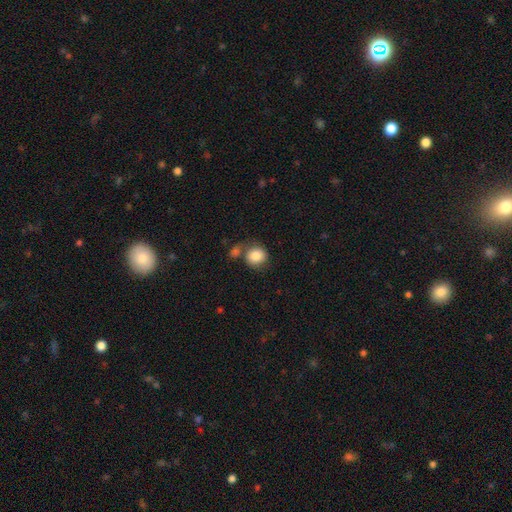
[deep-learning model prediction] Smooth or featured? smooth (85%)
How rounded? round (84%)
Merging? none (58%)